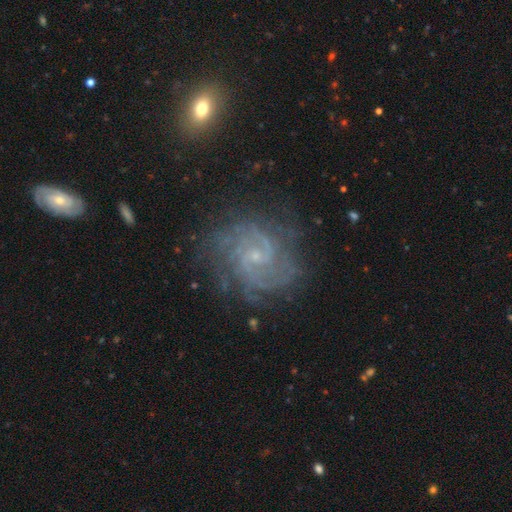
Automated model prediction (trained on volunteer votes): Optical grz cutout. It shows a featured or disk galaxy (87%) with no bar (48%), 2 (35%) tight (53%) spiral arms (98%) and a small central bulge (79%). Merging: none (75%).